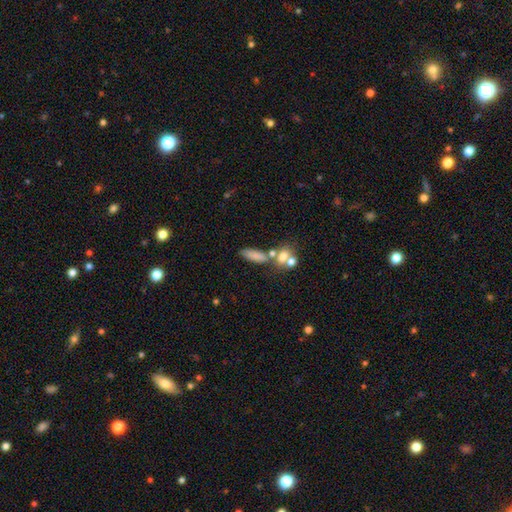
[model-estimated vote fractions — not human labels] This appears to be a smooth galaxy with no disk features (75%) that is in between round and cigar-shaped (55%). Merging: none (53%).